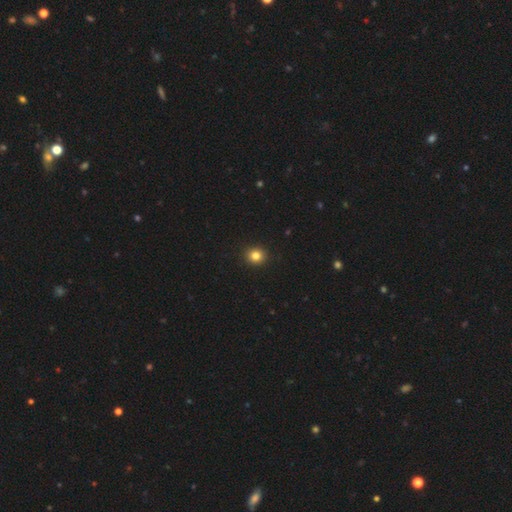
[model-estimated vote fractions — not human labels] Smooth or featured?
  - smooth: 82% *
  - star or artifact: 12%
  - featured or disk: 5%
How rounded?
  - round: 87% *
  - in between: 12%
  - cigar-shaped: 1%
Merging?
  - none: 93% *
  - minor disturbance: 5%
  - major disturbance: 2%
  - merger: 1%